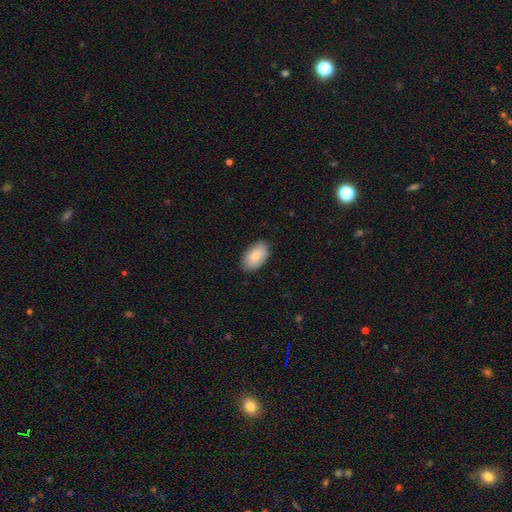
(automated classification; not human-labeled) The model was most divided on "merging": none: 83%, minor disturbance: 14%, major disturbance: 2%, merger: 1%. More confident: how rounded — in between (93%); smooth or featured — smooth (83%).